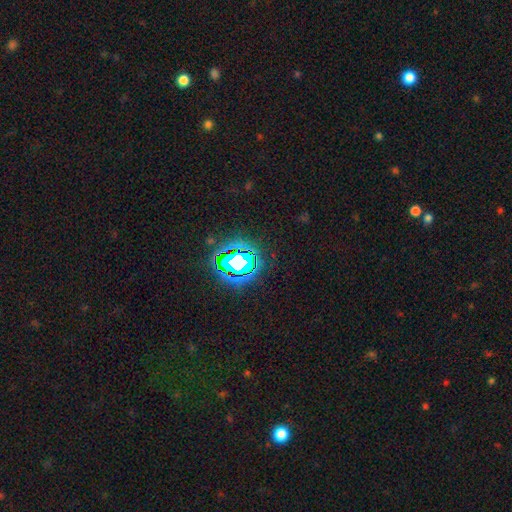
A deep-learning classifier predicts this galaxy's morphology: Smooth or featured?
  - star or artifact: 83% *
  - smooth: 11%
  - featured or disk: 6%